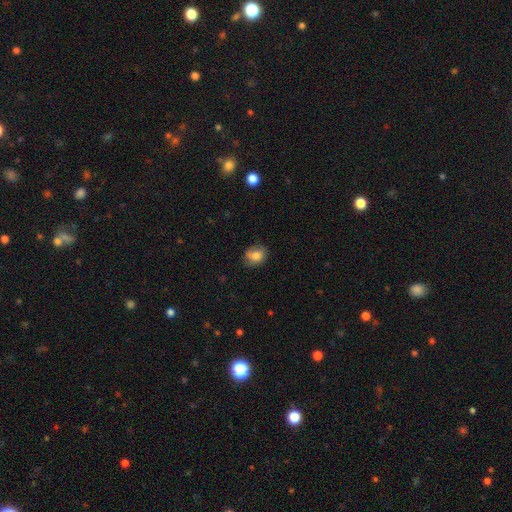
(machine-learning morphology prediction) smooth 75%, featured or disk 16%, star or artifact 9%. Down the decision tree: how rounded — round (58%); merging — none (67%).